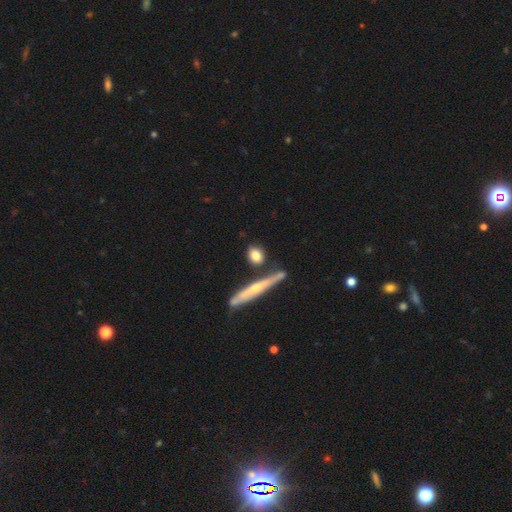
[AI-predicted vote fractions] Smooth or featured?
  - smooth: 76% *
  - featured or disk: 17%
  - star or artifact: 7%
How rounded?
  - in between: 47% *
  - round: 33%
  - cigar-shaped: 20%
Merging?
  - none: 72% *
  - minor disturbance: 14%
  - merger: 10%
  - major disturbance: 4%